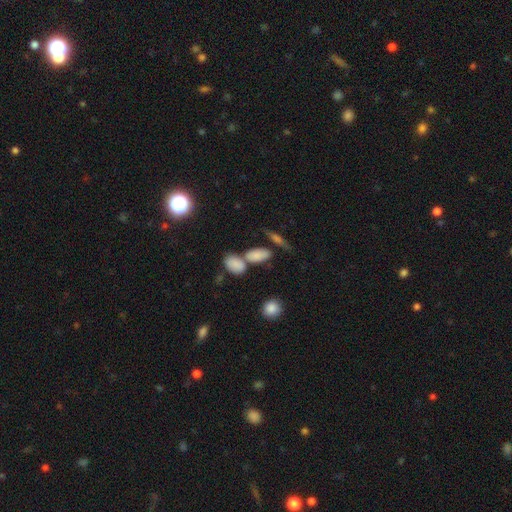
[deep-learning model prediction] A smooth galaxy with no disk features (61%) that is in between round and cigar-shaped (68%).

Vote fractions:
- Smooth or featured? smooth: 61% / star or artifact: 21% / featured or disk: 18%
- How rounded? in between: 68% / round: 17% / cigar-shaped: 15%
- Merging? none: 46% / merger: 35% / minor disturbance: 12% / major disturbance: 7%